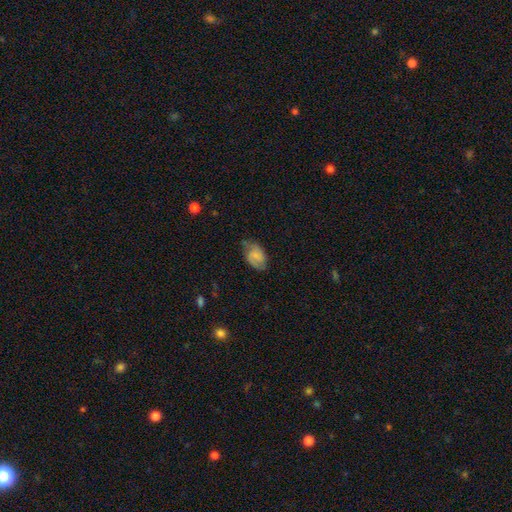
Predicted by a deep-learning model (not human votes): A featured or disk galaxy (46%, tied with smooth).

Vote fractions:
- Smooth or featured? featured or disk: 46% (tied) / smooth: 46% (tied) / star or artifact: 8%
- Merging? none: 61% / minor disturbance: 28% / major disturbance: 9% / merger: 2%